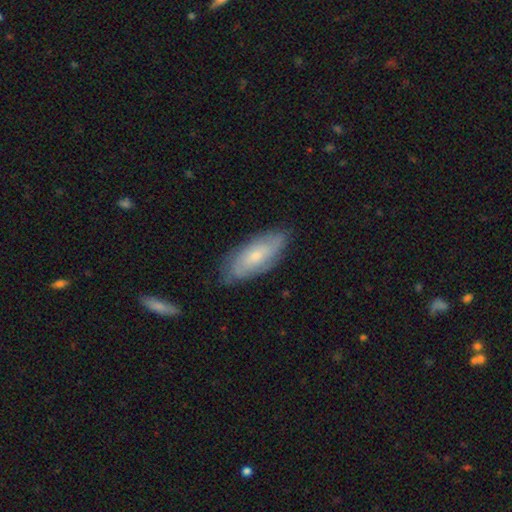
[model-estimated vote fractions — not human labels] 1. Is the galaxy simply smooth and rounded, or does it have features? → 50% featured or disk, 44% smooth, 6% star or artifact.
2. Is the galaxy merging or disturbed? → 77% none, 18% minor disturbance, 4% major disturbance, 1% merger.